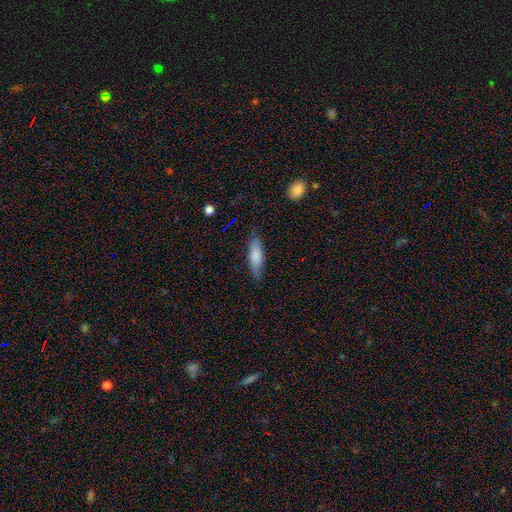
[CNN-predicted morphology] Smooth or featured? Predicted: smooth (p=0.78). How rounded? Predicted: cigar-shaped (p=0.53). Merging? Predicted: none (p=0.82).